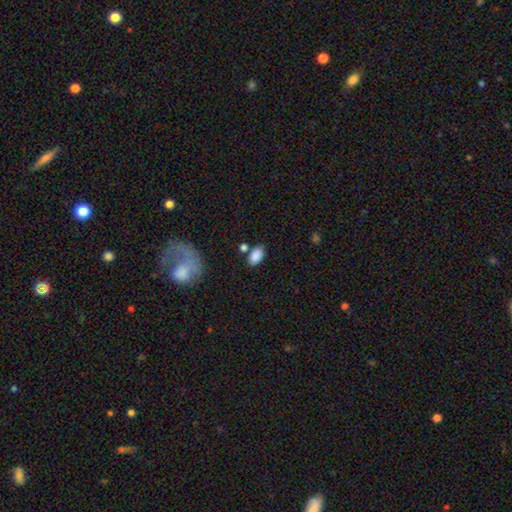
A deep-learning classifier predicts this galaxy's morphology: Smooth or featured: smooth — 87% (star or artifact — 8%)
How rounded: in between — 92% (round — 6%)
Merging: none — 73% (minor disturbance — 13%)